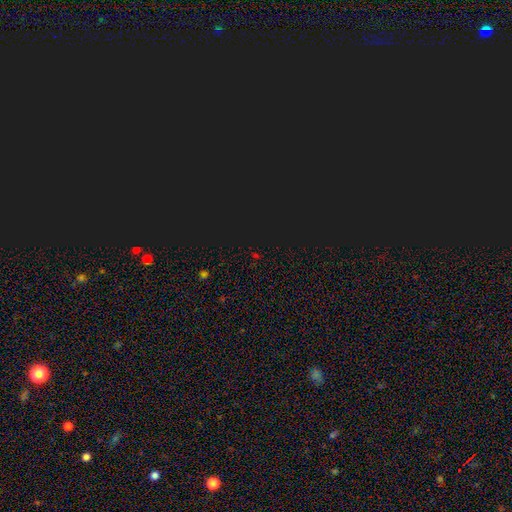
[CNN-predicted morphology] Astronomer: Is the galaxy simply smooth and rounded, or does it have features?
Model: star or artifact — 73%.